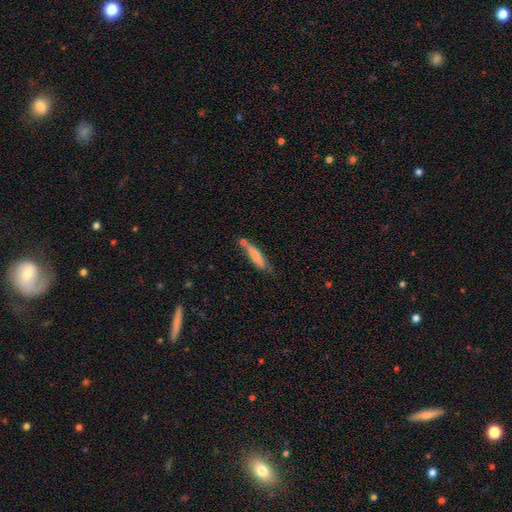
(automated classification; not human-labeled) Morphology: type=smooth (69%); roundness=cigar-shaped (80%); merging=none (55%).